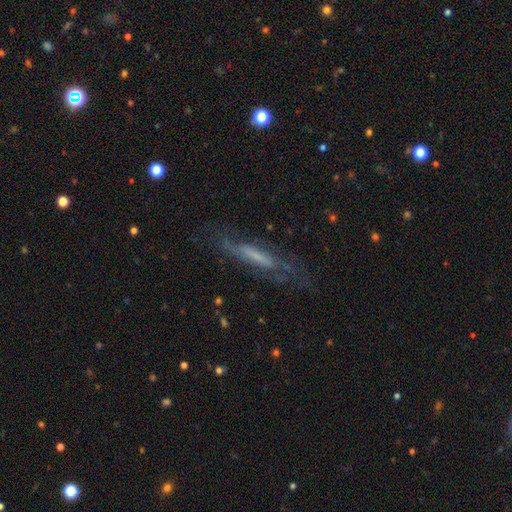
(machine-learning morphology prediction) A featured or disk galaxy (63%) viewed edge-on (52%). Merging: none (60%).